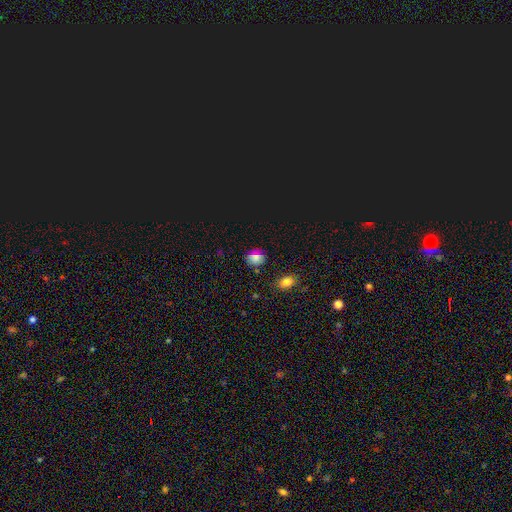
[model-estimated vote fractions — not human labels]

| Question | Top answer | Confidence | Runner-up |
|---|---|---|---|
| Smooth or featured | smooth | 62% | star or artifact (29%) |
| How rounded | round | 66% | in between (32%) |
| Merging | none | 82% | minor disturbance (12%) |